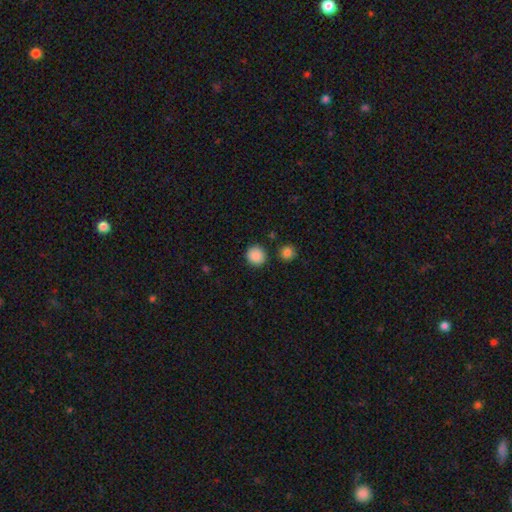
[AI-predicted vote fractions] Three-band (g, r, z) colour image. It shows a smooth galaxy with no disk features (88%) that is round (93%). Merging: none (89%).